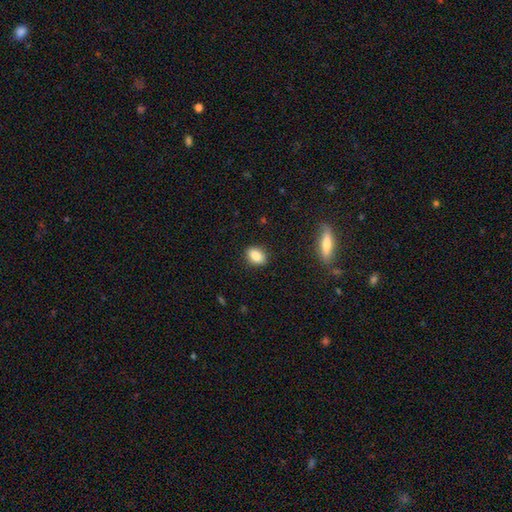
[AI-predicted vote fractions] Smooth or featured: smooth — 86% (star or artifact — 9%)
How rounded: in between — 77% (round — 21%)
Merging: none — 86% (minor disturbance — 10%)